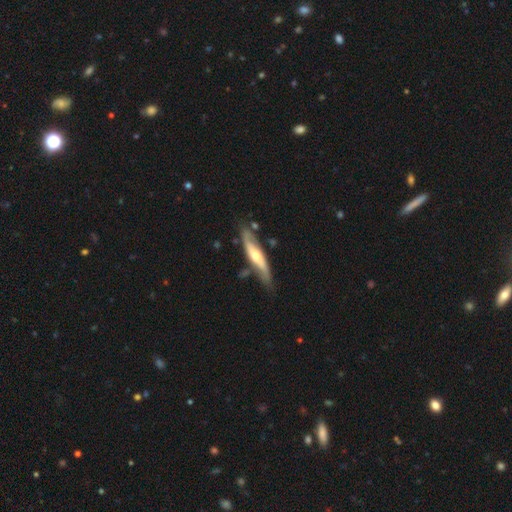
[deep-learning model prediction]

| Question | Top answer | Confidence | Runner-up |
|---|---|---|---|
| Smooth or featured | featured or disk | 69% | smooth (26%) |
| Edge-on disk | yes | 56% | no (44%) |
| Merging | none | 66% | minor disturbance (22%) |